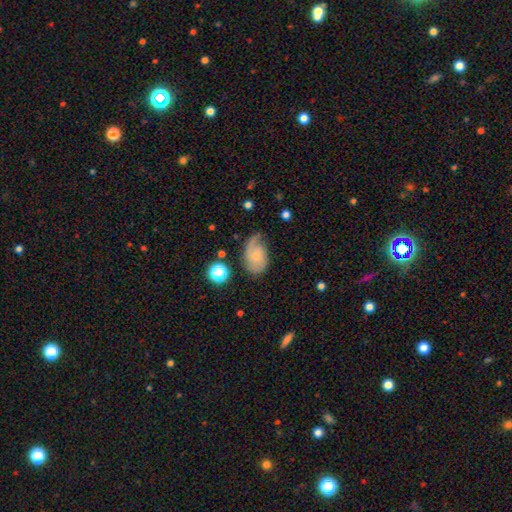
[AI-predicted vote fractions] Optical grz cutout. It shows a featured or disk galaxy (51%). Merging: none (47%).